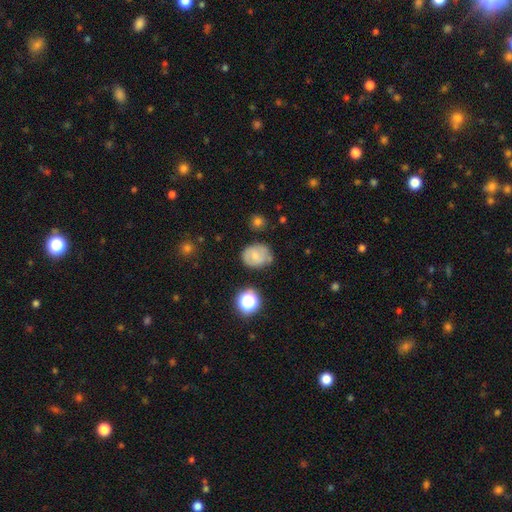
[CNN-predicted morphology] A smooth galaxy with no disk features (58%) that is round (56%). Merging: none (67%).